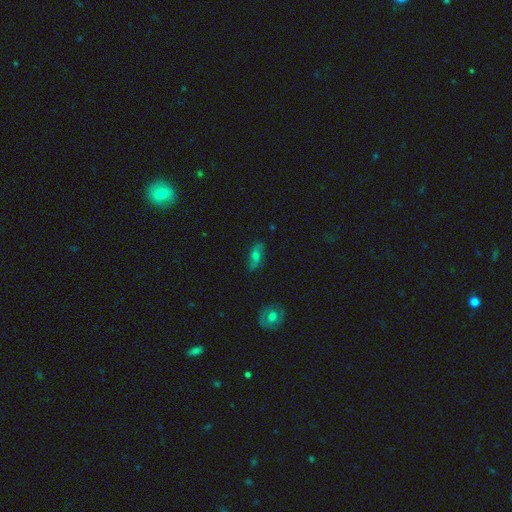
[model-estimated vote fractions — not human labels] Morphology: type=featured or disk (51%); edge-on=no (84%); merging=none (75%).